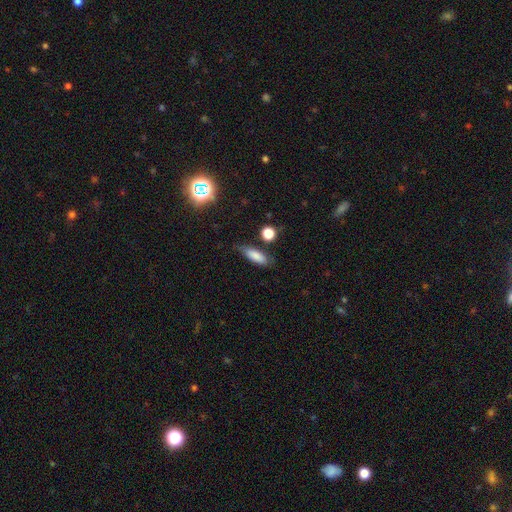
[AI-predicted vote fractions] A smooth galaxy with no disk features (79%) that is in between round and cigar-shaped (58%). Merging: none (68%).